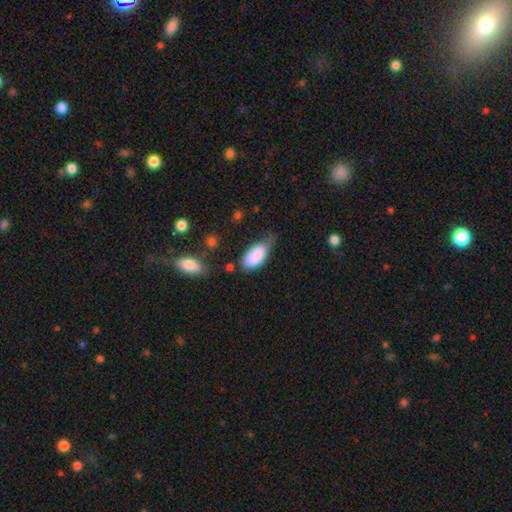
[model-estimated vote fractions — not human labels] Smooth or featured: smooth — 84% (featured or disk — 9%)
How rounded: in between — 93% (cigar-shaped — 4%)
Merging: minor disturbance — 44% (none — 34%)